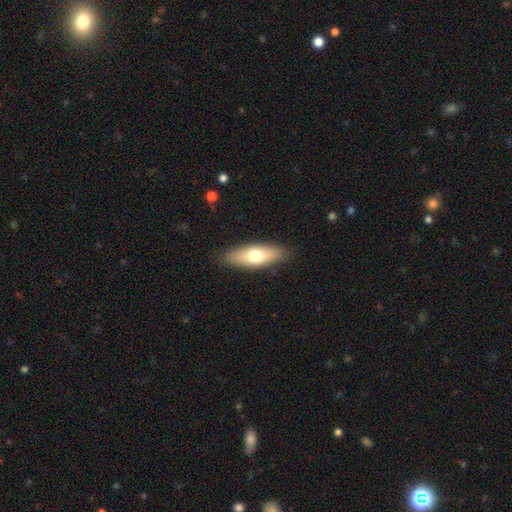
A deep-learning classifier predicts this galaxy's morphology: Smooth or featured? smooth (66%)
How rounded? in between (63%)
Merging? none (87%)